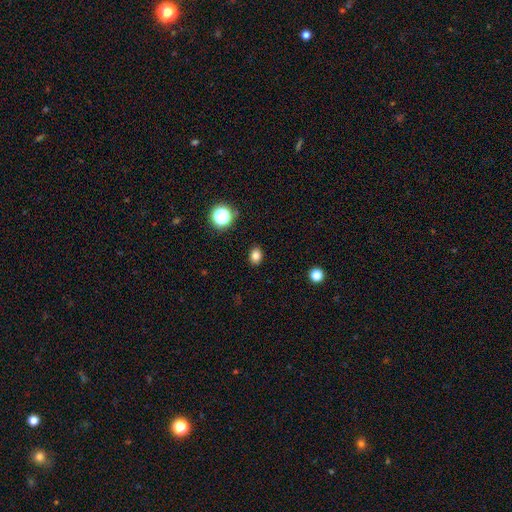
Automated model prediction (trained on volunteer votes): A smooth galaxy with no disk features (81%) that is in between round and cigar-shaped (60%).

Vote fractions:
- Smooth or featured? smooth: 81% / star or artifact: 13% / featured or disk: 6%
- How rounded? in between: 60% / round: 39% / cigar-shaped: 1%
- Merging? none: 89% / minor disturbance: 8% / major disturbance: 2% / merger: 1%